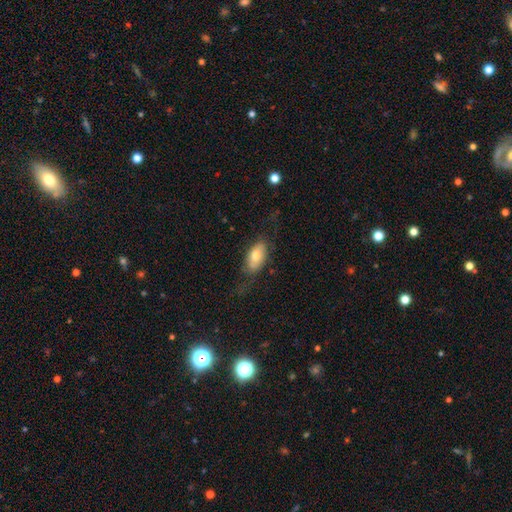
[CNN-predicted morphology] Smooth or featured: smooth — 63% (featured or disk — 30%)
How rounded: in between — 90% (cigar-shaped — 6%)
Merging: none — 54% (minor disturbance — 24%)